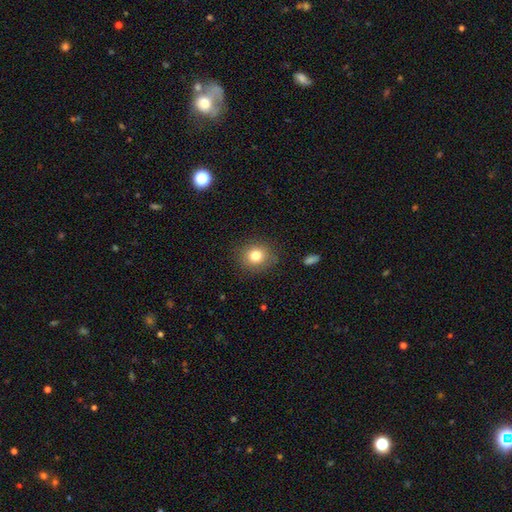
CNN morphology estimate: A smooth galaxy with no disk features (81%) that is round (80%). Merging: none (85%).